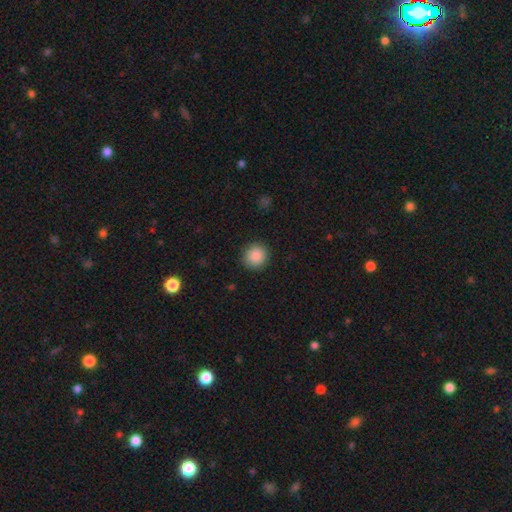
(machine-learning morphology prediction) Smooth or featured? smooth (89%)
How rounded? round (92%)
Merging? none (91%)